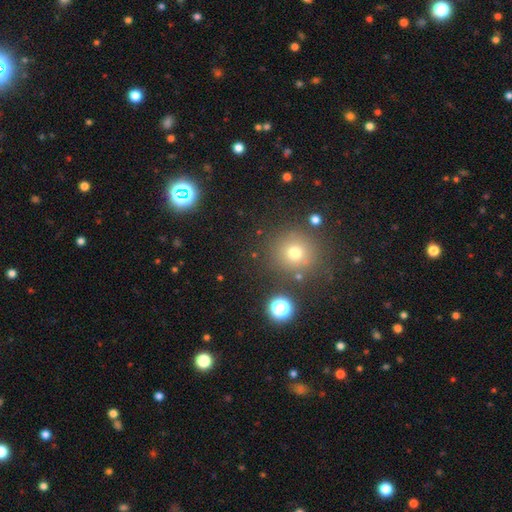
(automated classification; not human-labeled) Smooth or featured? Predicted: star or artifact (p=0.47).